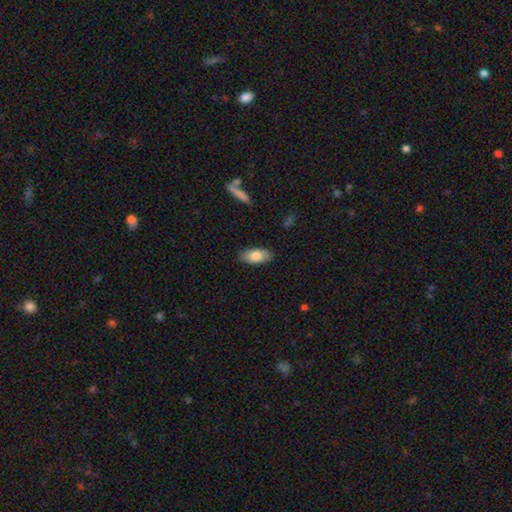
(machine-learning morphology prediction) Overall: smooth (82%). How rounded: in between (89%). Merging: none (86%).